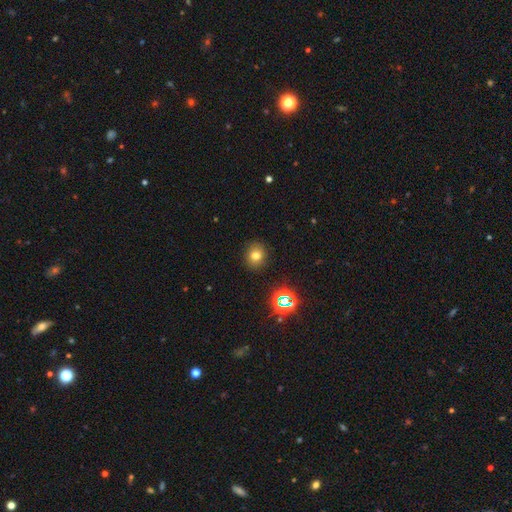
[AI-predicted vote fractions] Smooth or featured? Predicted: smooth (p=0.72). How rounded? Predicted: round (p=0.81). Merging? Predicted: none (p=0.89).